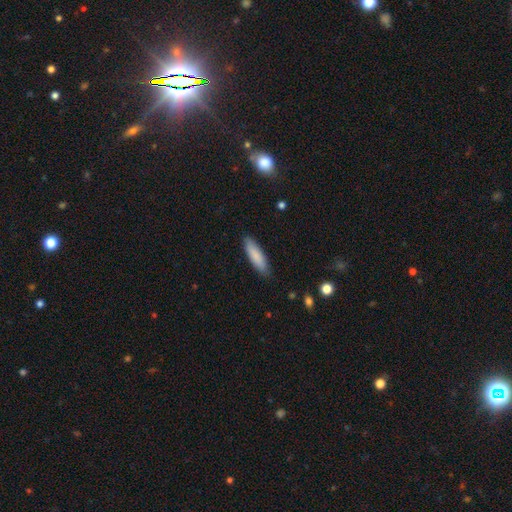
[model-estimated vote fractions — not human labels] Smooth or featured: smooth — 85% (featured or disk — 9%)
How rounded: cigar-shaped — 62% (in between — 37%)
Merging: none — 87% (minor disturbance — 10%)